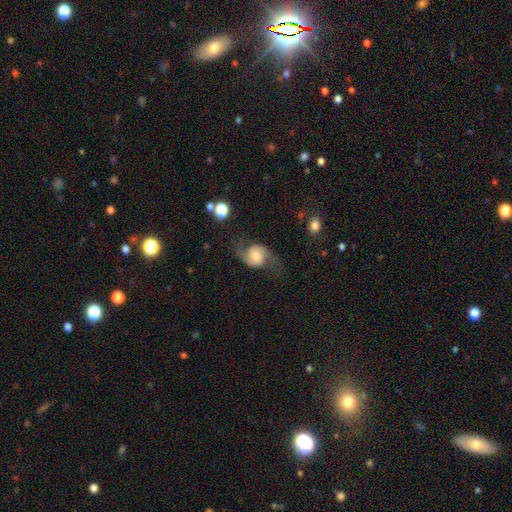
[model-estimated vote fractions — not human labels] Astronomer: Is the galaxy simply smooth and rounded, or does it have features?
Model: featured or disk — 78%.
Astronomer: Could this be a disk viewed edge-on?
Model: no — 97%.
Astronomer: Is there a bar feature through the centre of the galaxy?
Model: no — 62%.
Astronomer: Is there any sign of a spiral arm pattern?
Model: yes — 95%.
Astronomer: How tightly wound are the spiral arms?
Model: loose — 58% (runner-up: medium, 34%).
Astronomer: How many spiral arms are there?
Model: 2 — 91%.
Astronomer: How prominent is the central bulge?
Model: moderate — 46% (runner-up: small, 33%).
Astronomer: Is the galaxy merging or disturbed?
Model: none — 66%.